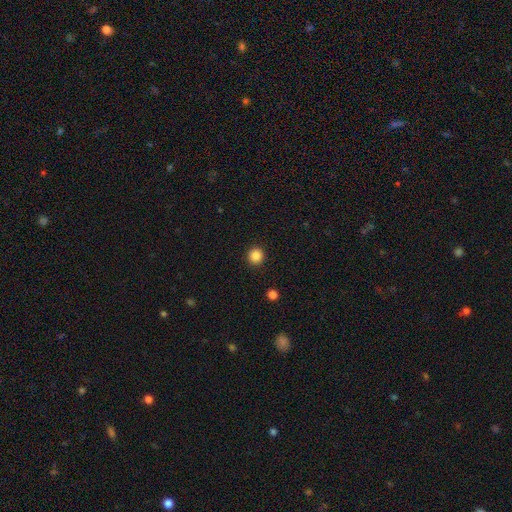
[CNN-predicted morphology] This appears to be a smooth galaxy with no disk features (86%) that is round (93%). Merging: none (93%).